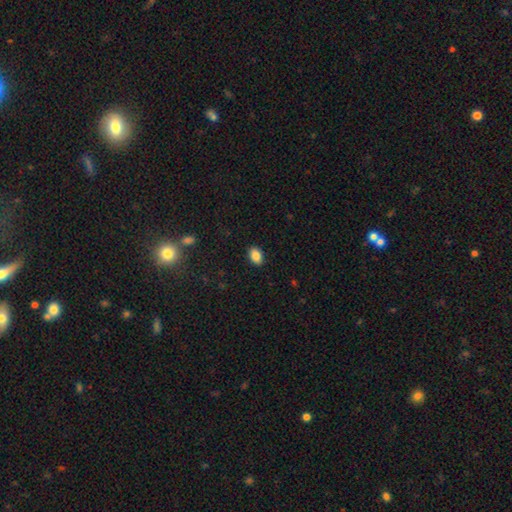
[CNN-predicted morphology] This appears to be a smooth galaxy with no disk features (87%) that is in between round and cigar-shaped (84%). Merging: none (89%).